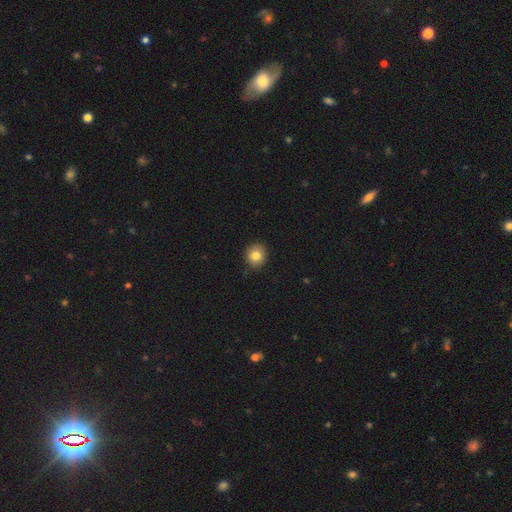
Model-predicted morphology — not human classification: type=smooth (82%); roundness=round (85%); merging=none (88%).